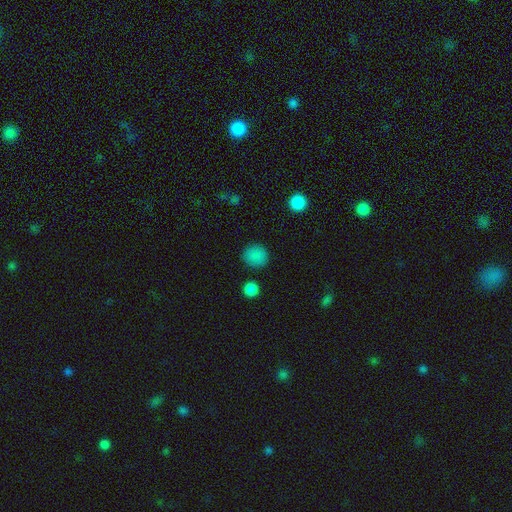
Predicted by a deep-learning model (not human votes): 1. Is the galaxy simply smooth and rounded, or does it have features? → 85% smooth, 12% star or artifact, 4% featured or disk.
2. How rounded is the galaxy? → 87% round, 12% in between, 1% cigar-shaped.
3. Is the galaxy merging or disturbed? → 87% none, 8% minor disturbance, 3% major disturbance, 2% merger.